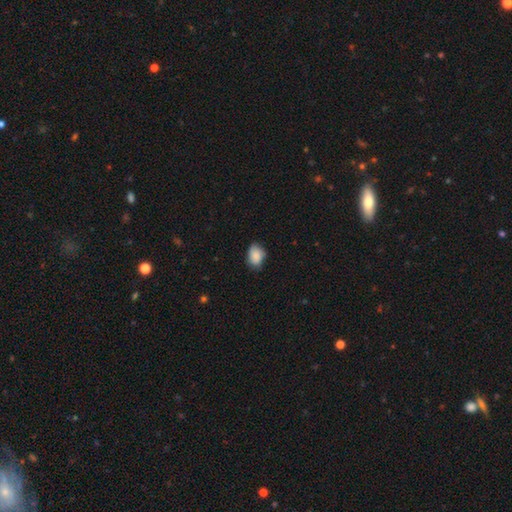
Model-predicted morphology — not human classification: The model was most divided on "merging": none: 70%, minor disturbance: 25%, major disturbance: 4%, merger: 1%. More confident: smooth or featured — smooth (87%); how rounded — in between (75%).